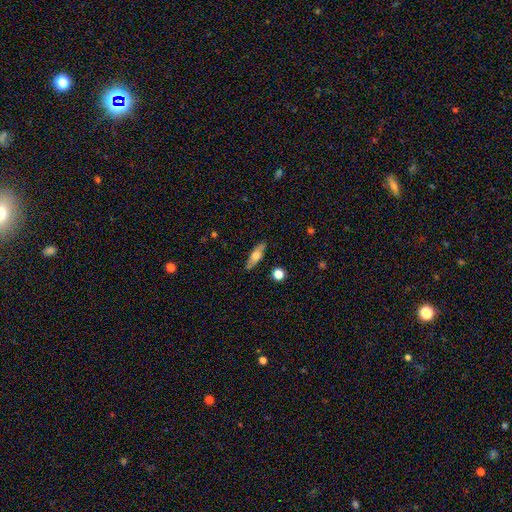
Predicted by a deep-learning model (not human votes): A smooth galaxy with no disk features (58%) that is cigar-shaped (50%). Merging: none (86%).